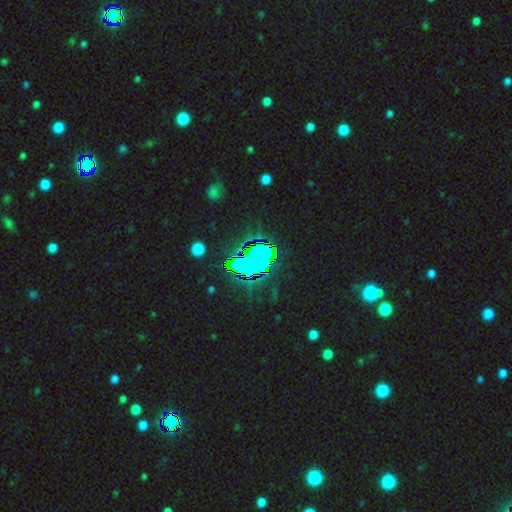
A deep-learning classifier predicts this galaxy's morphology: This appears to be a star or artifact, not a galaxy (74%).